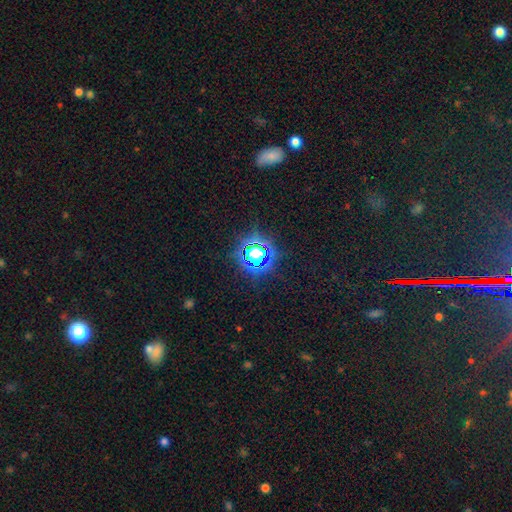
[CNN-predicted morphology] Smooth or featured: star or artifact — 68% (smooth — 22%)